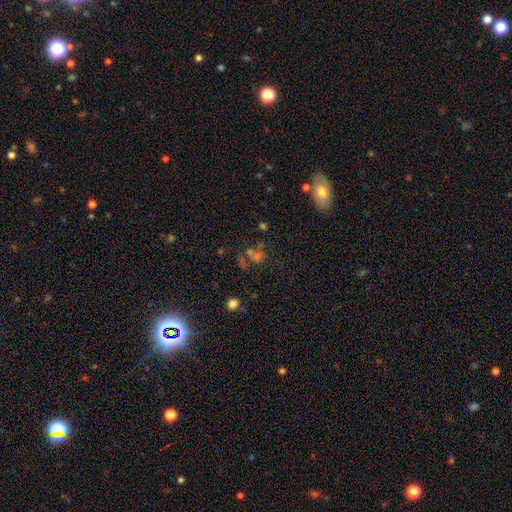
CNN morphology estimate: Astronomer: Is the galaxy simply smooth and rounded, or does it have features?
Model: star or artifact — 48% (runner-up: smooth, 34%).